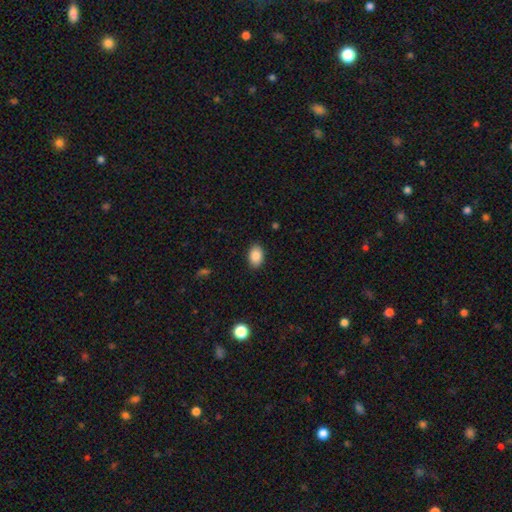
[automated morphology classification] type=smooth (88%); roundness=in between (85%); merging=none (88%).